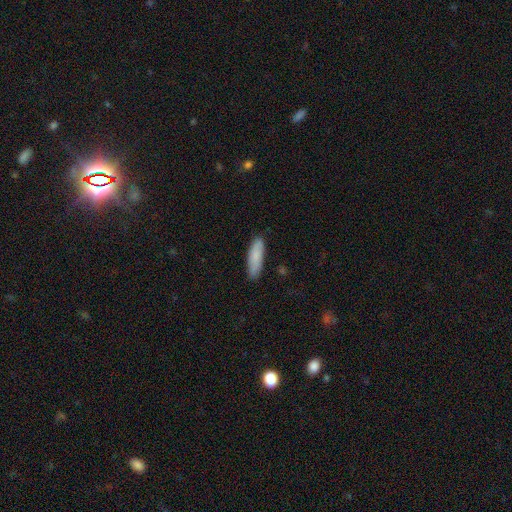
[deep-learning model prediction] Morphology: type=smooth (84%); roundness=cigar-shaped (59%); merging=none (87%).